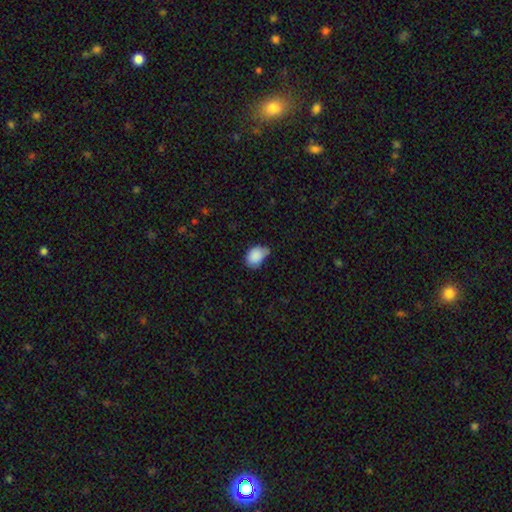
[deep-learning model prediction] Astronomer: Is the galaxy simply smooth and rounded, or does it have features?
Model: smooth — 87%.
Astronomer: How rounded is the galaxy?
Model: in between — 72%.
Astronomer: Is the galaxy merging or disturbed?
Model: minor disturbance — 46% (runner-up: none, 41%).